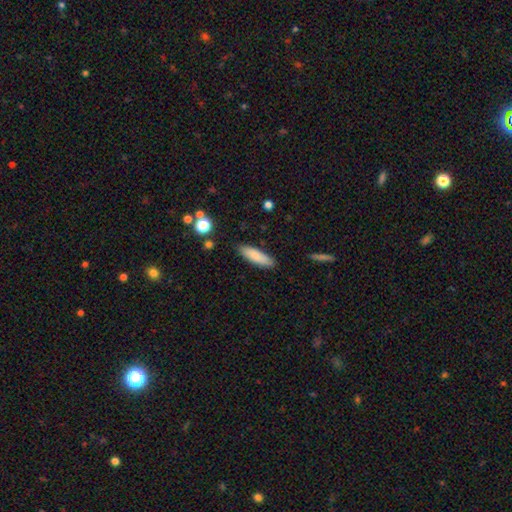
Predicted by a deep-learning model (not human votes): Q: Smooth or featured?
A: smooth (82%); runner-up: featured or disk (11%)
Q: How rounded?
A: cigar-shaped (60%); runner-up: in between (38%)
Q: Merging?
A: none (86%); runner-up: minor disturbance (10%)